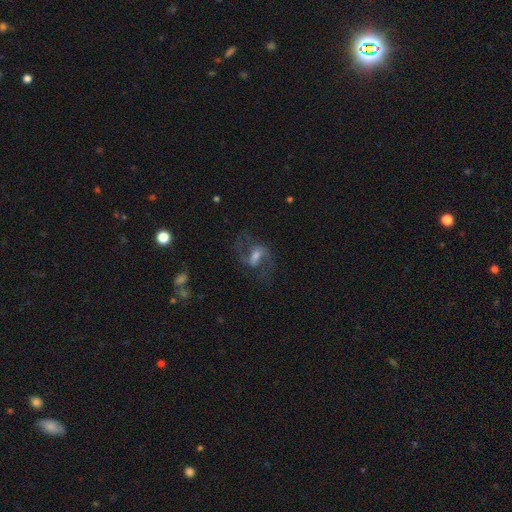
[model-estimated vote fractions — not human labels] The model was most divided on "spiral winding": loose: 46%, medium: 45%, tight: 9%. Remaining: edge-on disk — no (96%); spiral arms — yes (93%); spiral arm count — 2 (89%); smooth or featured — featured or disk (81%); merging — none (68%); bulge size — moderate (50%); bar — weak (49%).